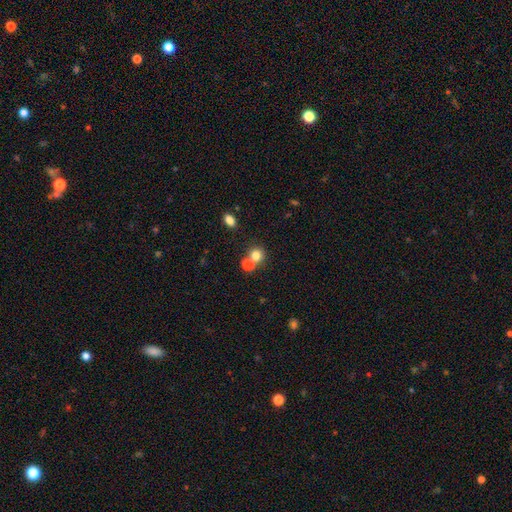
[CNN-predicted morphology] A smooth galaxy with no disk features (78%) that is round (81%).

Vote fractions:
- Smooth or featured? smooth: 78% / star or artifact: 13% / featured or disk: 9%
- How rounded? round: 81% / in between: 18% / cigar-shaped: 1%
- Merging? none: 48% / merger: 42% / minor disturbance: 7% / major disturbance: 3%